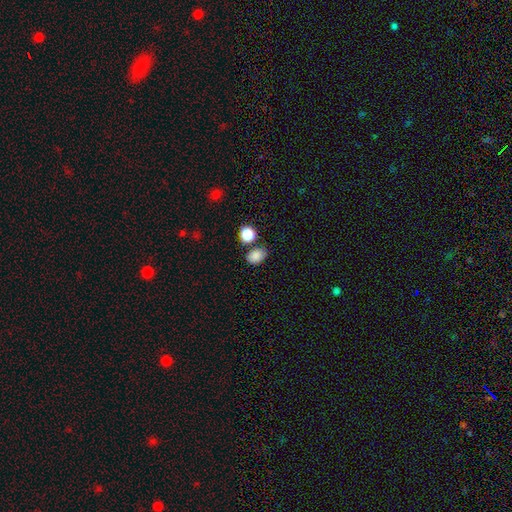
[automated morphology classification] Smooth or featured? Predicted: smooth (p=0.83). How rounded? Predicted: in between (p=0.62). Merging? Predicted: none (p=0.72).